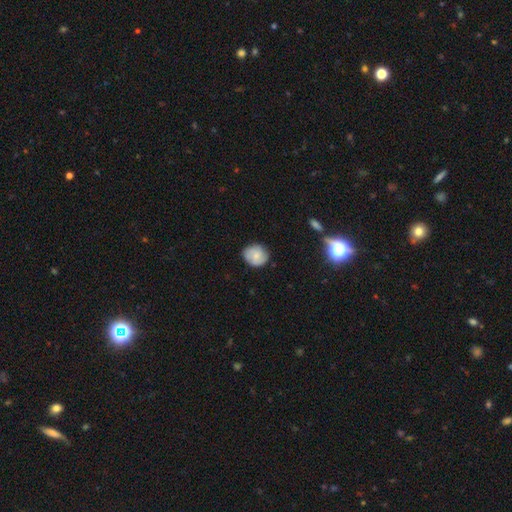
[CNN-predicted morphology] Smooth or featured? Predicted: smooth (p=0.70). How rounded? Predicted: round (p=0.74). Merging? Predicted: none (p=0.78).